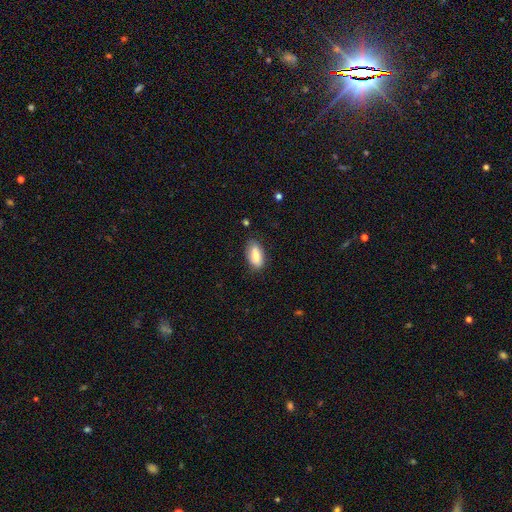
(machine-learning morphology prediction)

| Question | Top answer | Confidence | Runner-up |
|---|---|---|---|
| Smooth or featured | smooth | 83% | featured or disk (11%) |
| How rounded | in between | 89% | cigar-shaped (9%) |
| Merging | none | 80% | minor disturbance (15%) |